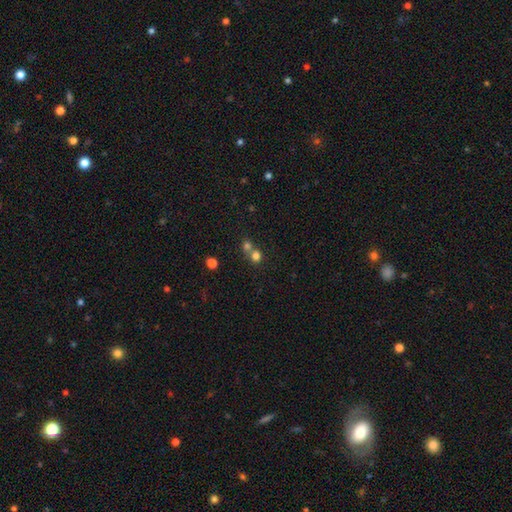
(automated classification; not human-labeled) Smooth or featured?
  - smooth: 75% *
  - star or artifact: 16%
  - featured or disk: 9%
How rounded?
  - round: 84% *
  - in between: 15%
  - cigar-shaped: 1%
Merging?
  - merger: 49% *
  - none: 44%
  - minor disturbance: 5%
  - major disturbance: 2%